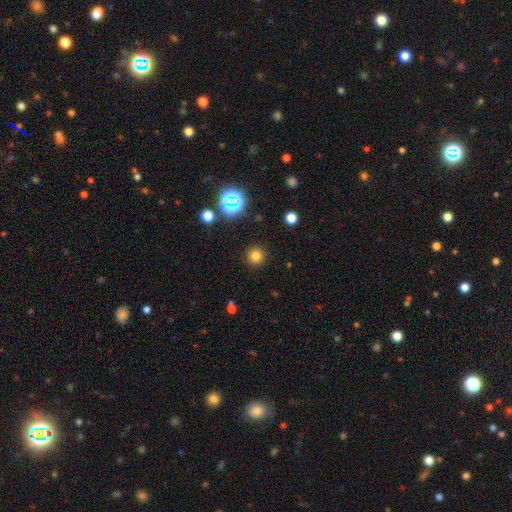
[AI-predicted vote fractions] The model was most divided on "smooth or featured": smooth: 77%, star or artifact: 18%, featured or disk: 6%. More confident: how rounded — round (95%); merging — none (91%).